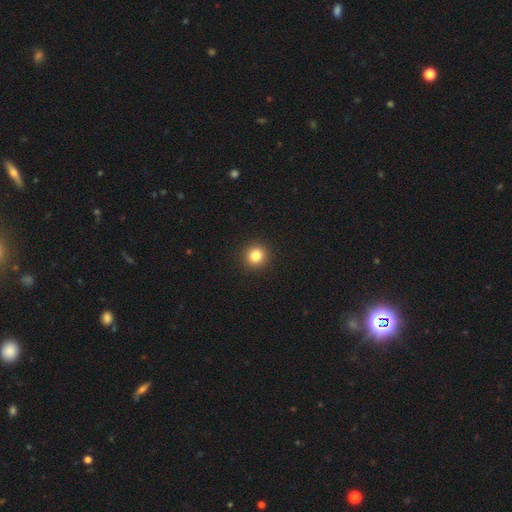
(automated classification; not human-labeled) Morphology: type=smooth (83%); roundness=round (92%); merging=none (93%).